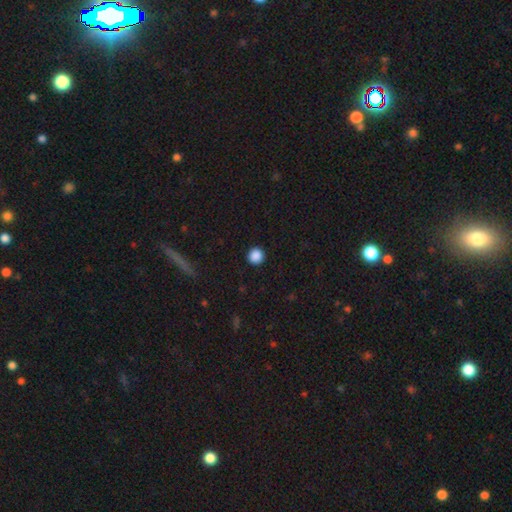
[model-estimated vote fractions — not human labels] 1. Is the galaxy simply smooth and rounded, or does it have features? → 88% smooth, 9% star or artifact, 3% featured or disk.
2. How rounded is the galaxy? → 94% round, 5% in between, 1% cigar-shaped.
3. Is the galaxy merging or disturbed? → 92% none, 5% minor disturbance, 2% major disturbance, 1% merger.